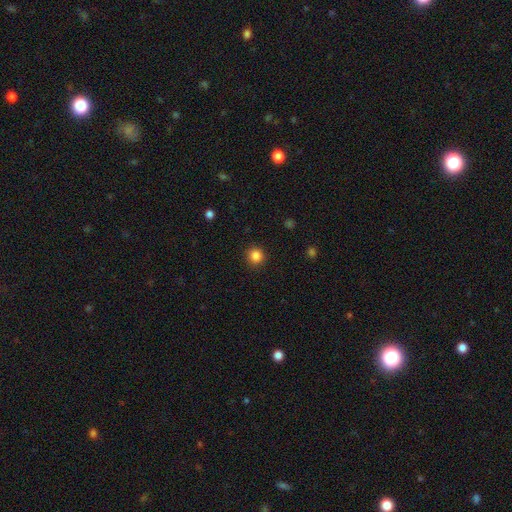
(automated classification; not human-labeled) The model was most divided on "smooth or featured": smooth: 85%, star or artifact: 11%, featured or disk: 4%. More confident: how rounded — round (94%); merging — none (91%).